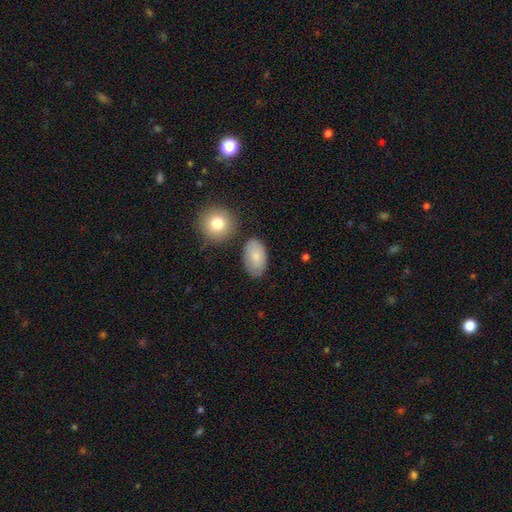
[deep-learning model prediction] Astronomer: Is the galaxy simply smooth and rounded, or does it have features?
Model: smooth — 78%.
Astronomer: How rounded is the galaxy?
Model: in between — 91%.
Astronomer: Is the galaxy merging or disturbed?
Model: none — 71%.